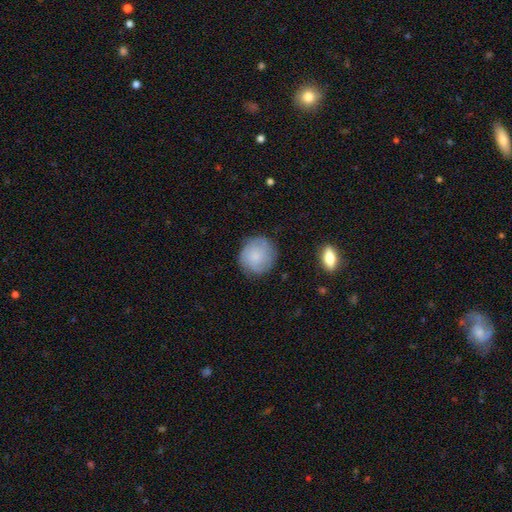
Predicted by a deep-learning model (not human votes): Smooth or featured? smooth (74%)
How rounded? round (88%)
Merging? none (77%)